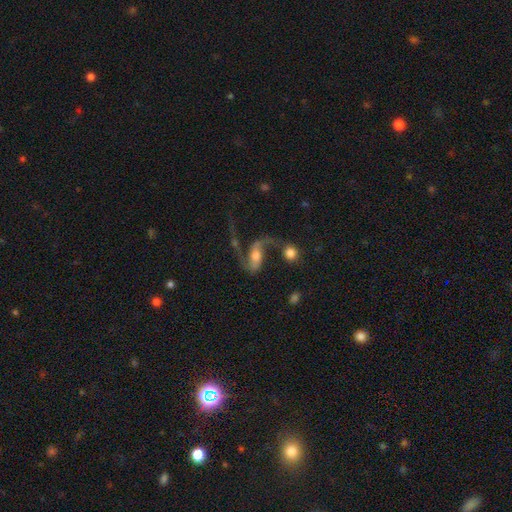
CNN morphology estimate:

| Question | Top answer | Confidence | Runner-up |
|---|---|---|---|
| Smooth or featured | featured or disk | 74% | smooth (18%) |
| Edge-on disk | no | 94% | yes (6%) |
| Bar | weak | 39% | no (36%) |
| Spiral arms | yes | 89% | no (11%) |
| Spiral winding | loose | 75% | medium (19%) |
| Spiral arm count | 2 | 83% | 1 (10%) |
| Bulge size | moderate | 56% | small (23%) |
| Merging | none | 33% | major disturbance (30%) |